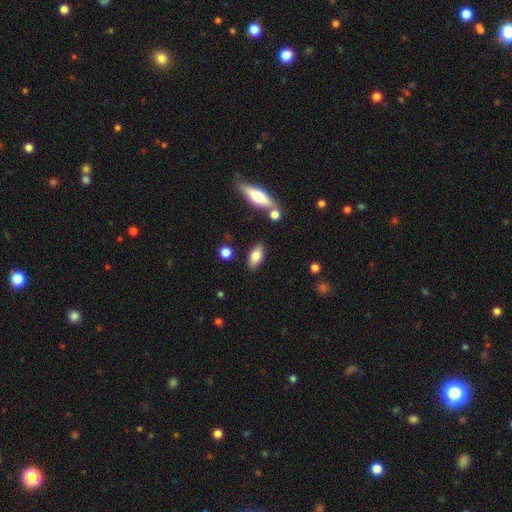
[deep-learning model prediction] Smooth or featured: smooth — 77% (featured or disk — 15%)
How rounded: in between — 87% (cigar-shaped — 9%)
Merging: none — 83% (minor disturbance — 10%)